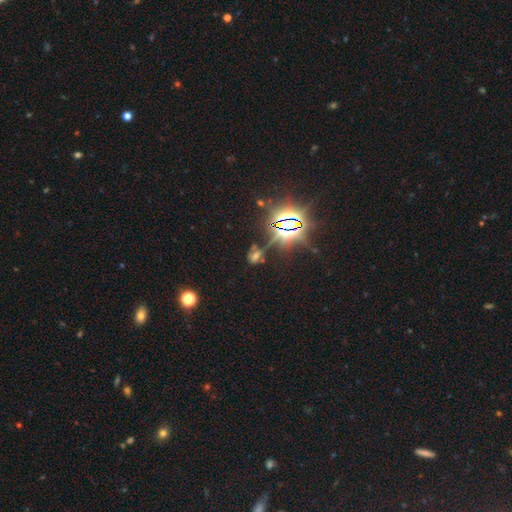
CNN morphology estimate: A star or artifact, not a galaxy (62%).